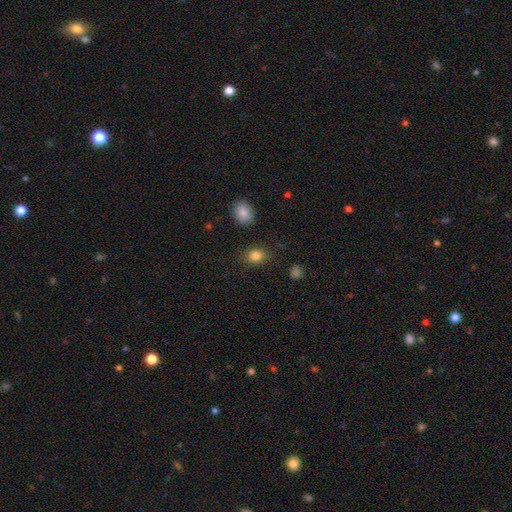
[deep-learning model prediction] This is clearly a smooth galaxy (84%). How rounded: likely in between (61%). Merging: clearly none (84%).